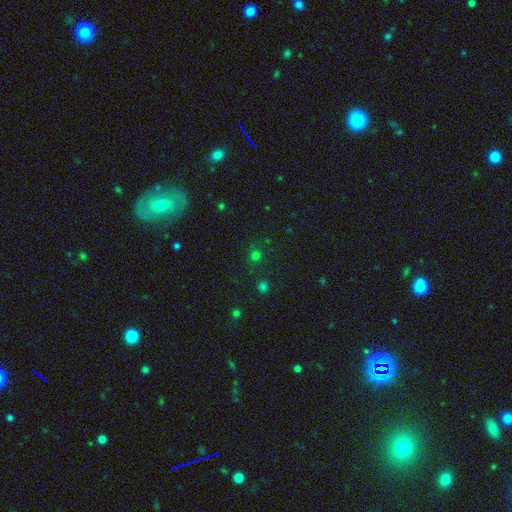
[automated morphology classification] The model was most divided on "smooth or featured": smooth: 61%, star or artifact: 33%, featured or disk: 7%. More confident: how rounded — round (90%); merging — none (79%).